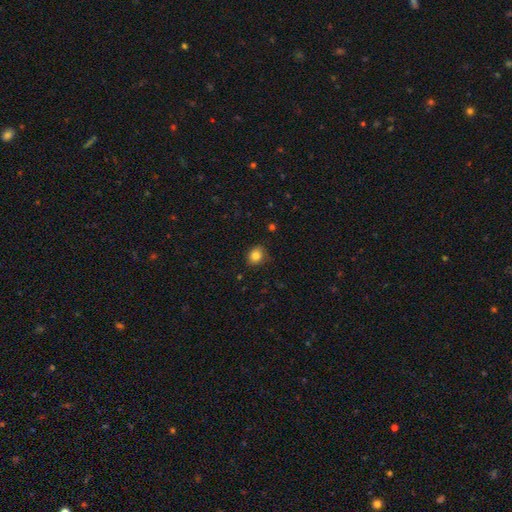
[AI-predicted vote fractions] Smooth or featured? smooth (83%)
How rounded? round (63%)
Merging? none (82%)